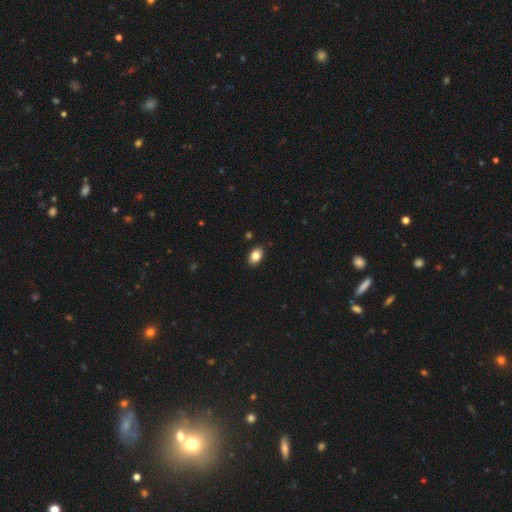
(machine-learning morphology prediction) A smooth galaxy with no disk features (84%) that is in between round and cigar-shaped (84%).

Vote fractions:
- Smooth or featured? smooth: 84% / star or artifact: 9% / featured or disk: 7%
- How rounded? in between: 84% / round: 15% / cigar-shaped: 1%
- Merging? none: 87% / minor disturbance: 10% / major disturbance: 2% / merger: 1%